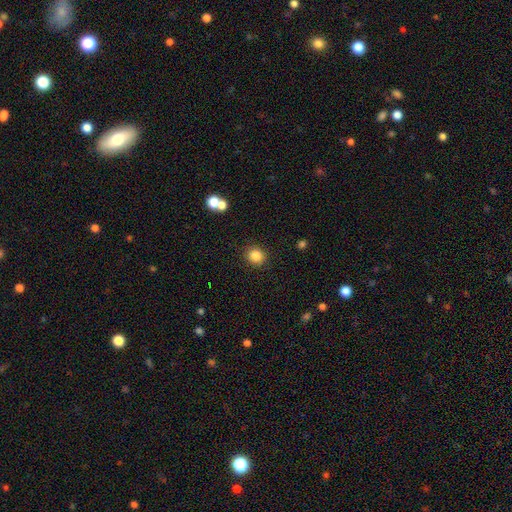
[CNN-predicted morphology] smooth 84%, star or artifact 11%, featured or disk 5%. Down the decision tree: how rounded — round (83%); merging — none (89%).